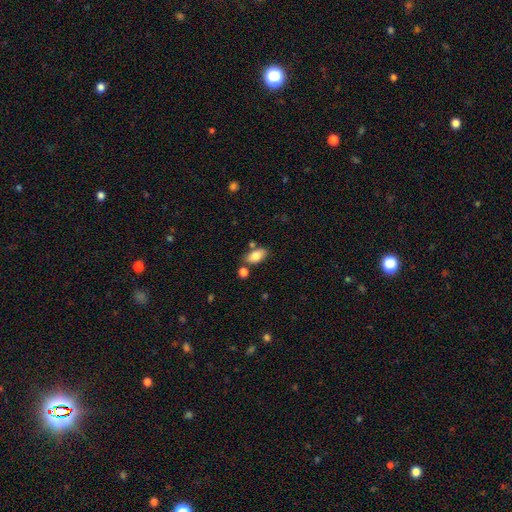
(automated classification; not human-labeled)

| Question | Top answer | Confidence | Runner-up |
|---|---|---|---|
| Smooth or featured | smooth | 81% | featured or disk (12%) |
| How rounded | in between | 92% | round (5%) |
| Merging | none | 72% | minor disturbance (13%) |